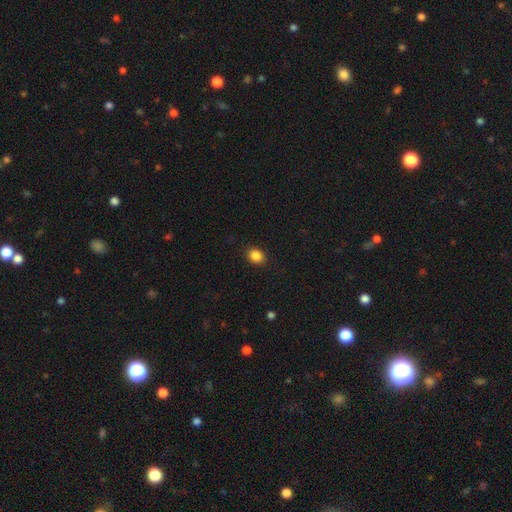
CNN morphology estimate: smooth 87%, star or artifact 10%, featured or disk 3%. Down the decision tree: how rounded — round (57%); merging — none (90%).